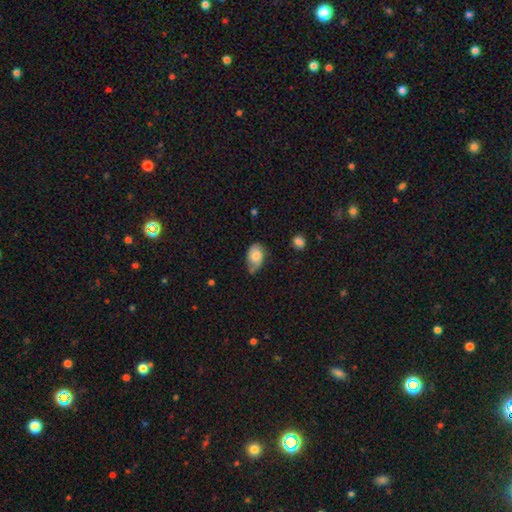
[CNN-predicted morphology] A smooth galaxy with no disk features (71%) that is in between round and cigar-shaped (88%). Merging: none (49%).